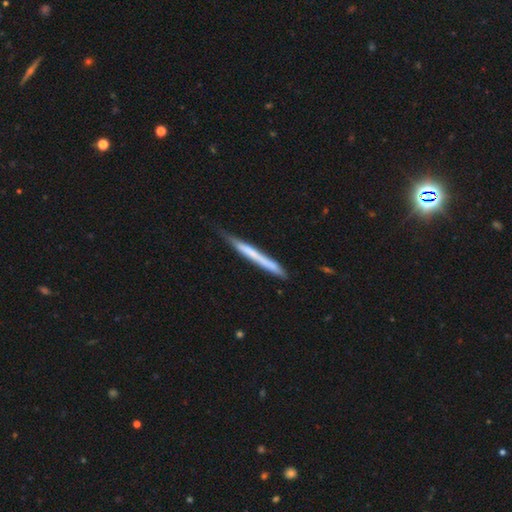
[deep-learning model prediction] smooth-or-featured: smooth: 52% | featured or disk: 42% | star or artifact: 6%
  how-rounded: cigar-shaped: 97% | in between: 2% | round: 1%
  merging: none: 72% | minor disturbance: 22% | major disturbance: 4% | merger: 2%